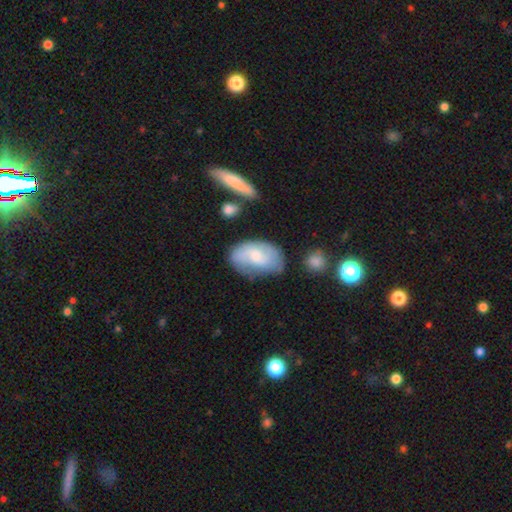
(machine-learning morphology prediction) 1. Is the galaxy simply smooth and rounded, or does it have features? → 53% smooth, 41% featured or disk, 6% star or artifact.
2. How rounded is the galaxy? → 90% in between, 8% round, 2% cigar-shaped.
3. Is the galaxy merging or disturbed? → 55% none, 29% minor disturbance, 10% major disturbance, 6% merger.